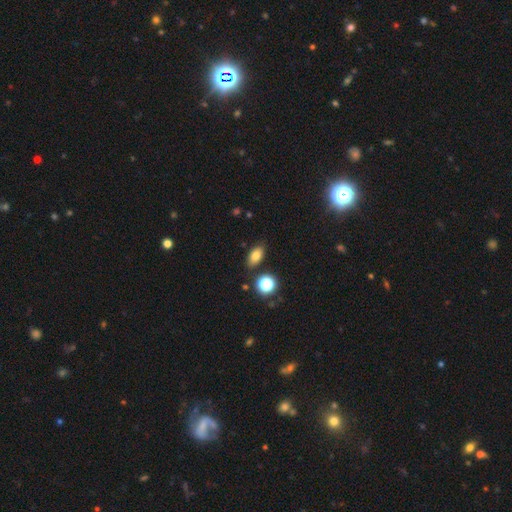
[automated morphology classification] smooth-or-featured: smooth: 78% | star or artifact: 12% | featured or disk: 10%
  how-rounded: in between: 84% | round: 11% | cigar-shaped: 5%
  merging: none: 82% | minor disturbance: 11% | merger: 4% | major disturbance: 3%